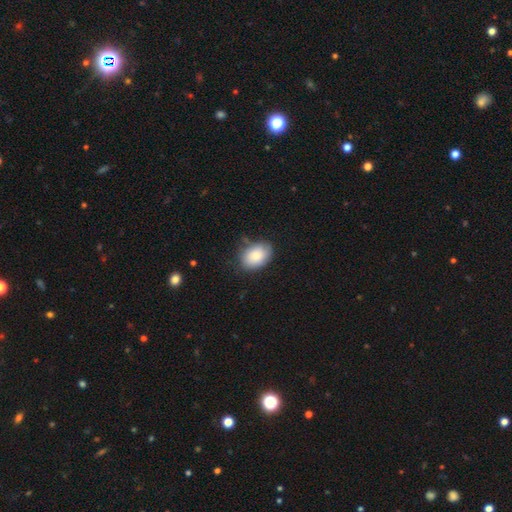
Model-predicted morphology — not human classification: The model was most divided on "merging": none: 70%, minor disturbance: 23%, major disturbance: 5%, merger: 2%. More confident: smooth or featured — smooth (82%); how rounded — in between (79%).